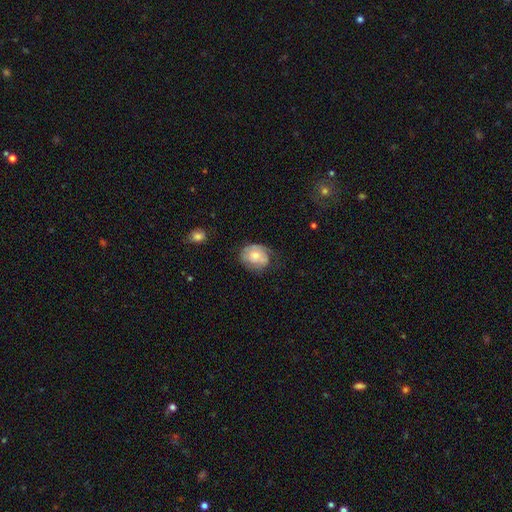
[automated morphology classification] A smooth galaxy with no disk features (51%) that is round (51%). Merging: none (55%).